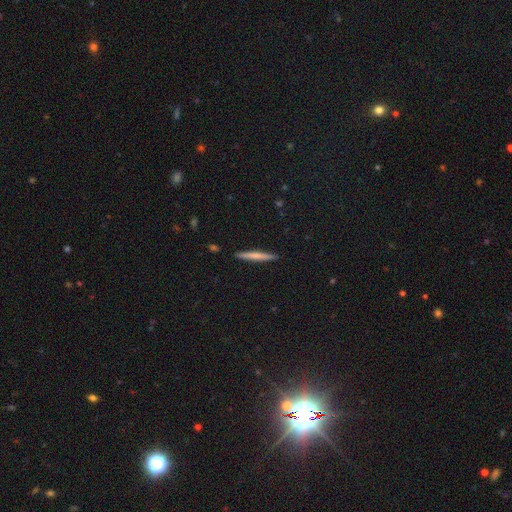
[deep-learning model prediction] A smooth galaxy with no disk features (62%) that is cigar-shaped (96%).

Vote fractions:
- Smooth or featured? smooth: 62% / featured or disk: 33% / star or artifact: 6%
- How rounded? cigar-shaped: 96% / in between: 3% / round: 1%
- Merging? none: 91% / minor disturbance: 6% / major disturbance: 1% / merger: 1%